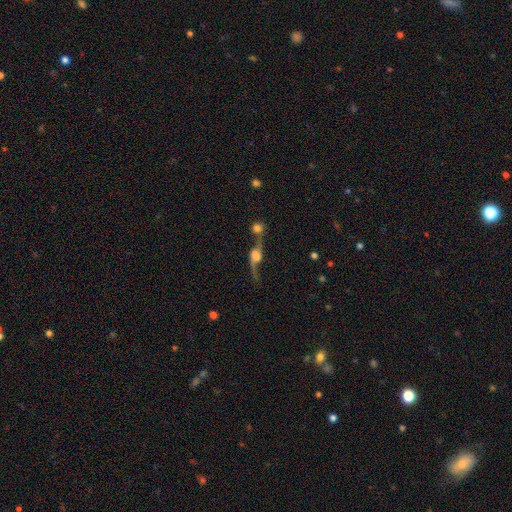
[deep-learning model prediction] Smooth or featured? featured or disk (77%)
Edge-on disk? no (65%)
Bar? no (58%)
Spiral arms? yes (89%)
Bulge size? large (39%)
Merging? none (40%)